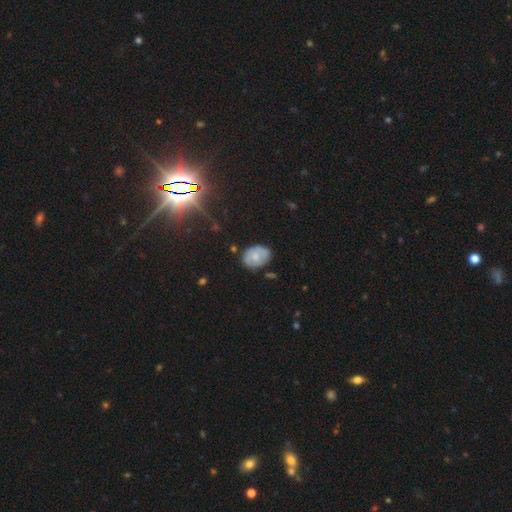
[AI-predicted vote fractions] Smooth or featured?
  - smooth: 55% *
  - featured or disk: 37%
  - star or artifact: 8%
How rounded?
  - in between: 67% *
  - round: 32%
  - cigar-shaped: 1%
Merging?
  - none: 68% *
  - minor disturbance: 25%
  - major disturbance: 5%
  - merger: 2%